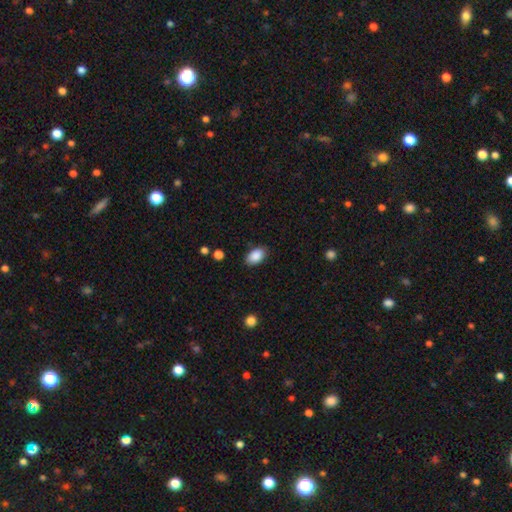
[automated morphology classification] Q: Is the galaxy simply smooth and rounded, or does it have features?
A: smooth — 89%.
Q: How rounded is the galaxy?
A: in between — 90%.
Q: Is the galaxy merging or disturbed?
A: none — 84%.